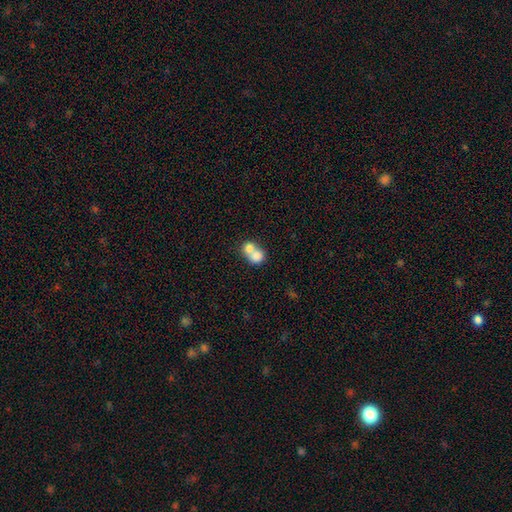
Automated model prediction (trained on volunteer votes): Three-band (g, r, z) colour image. It shows a smooth galaxy with no disk features (75%) that is round (69%). Merging: merger (71%).